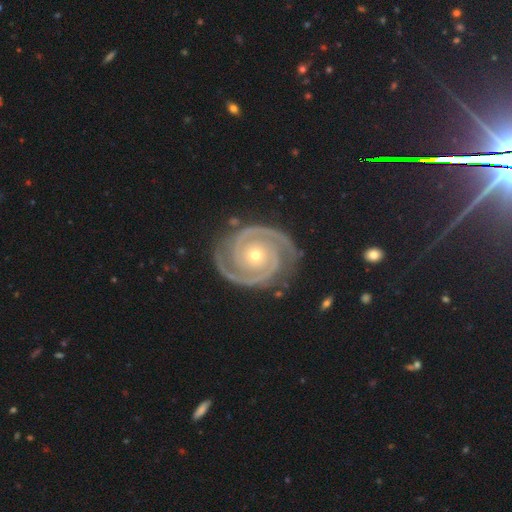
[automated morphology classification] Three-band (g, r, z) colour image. It shows a featured or disk galaxy (94%) with no bar (79%), 2 (90%) tight (79%) spiral arms (99%) and a small central bulge (57%). Merging: none (84%).